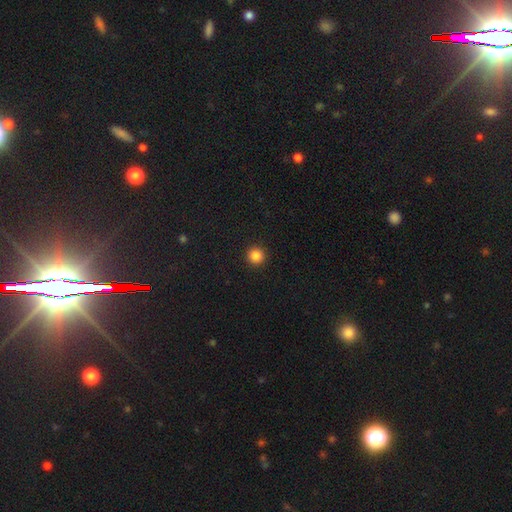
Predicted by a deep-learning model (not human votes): smooth 85%, star or artifact 11%, featured or disk 4%. Down the decision tree: how rounded — round (96%); merging — none (93%).